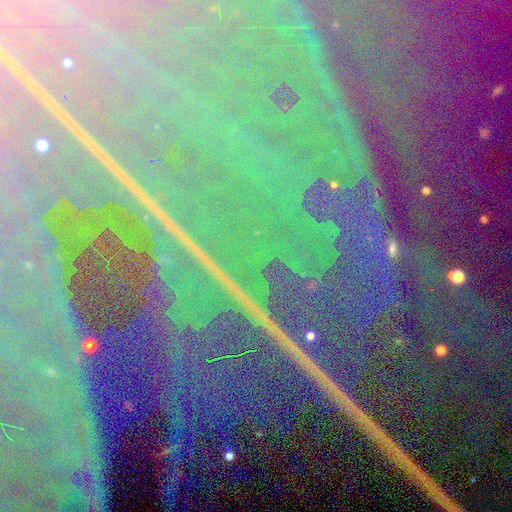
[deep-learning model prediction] star or artifact 87%, featured or disk 8%, smooth 5%.